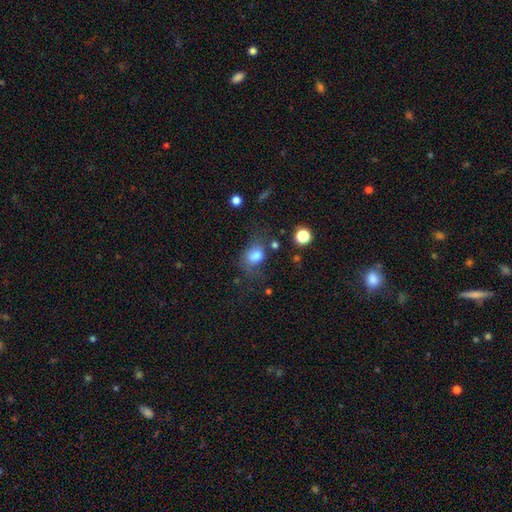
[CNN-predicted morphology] Q: Smooth or featured?
A: smooth (78%); runner-up: star or artifact (11%)
Q: How rounded?
A: in between (60%); runner-up: round (39%)
Q: Merging?
A: none (50%); runner-up: minor disturbance (26%)